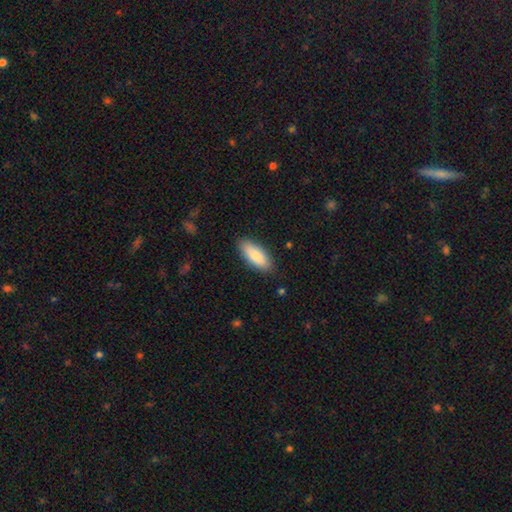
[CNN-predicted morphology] smooth-or-featured: smooth: 86% | featured or disk: 8% | star or artifact: 6%
  how-rounded: in between: 75% | cigar-shaped: 24% | round: 2%
  merging: none: 87% | minor disturbance: 10% | major disturbance: 2% | merger: 1%